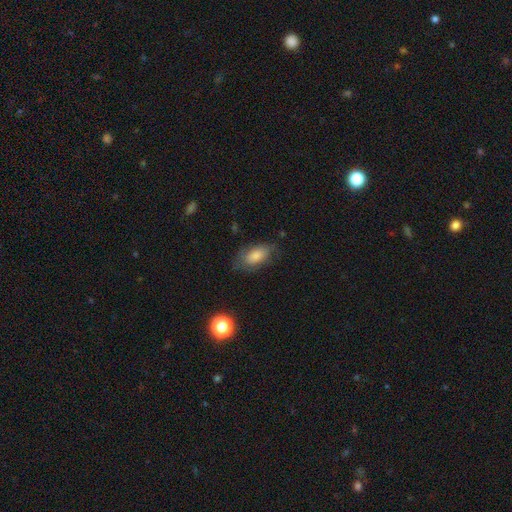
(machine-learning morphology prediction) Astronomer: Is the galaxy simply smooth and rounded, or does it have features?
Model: smooth — 74%.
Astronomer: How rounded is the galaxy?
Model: in between — 89%.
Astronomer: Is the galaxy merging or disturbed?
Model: none — 68%.